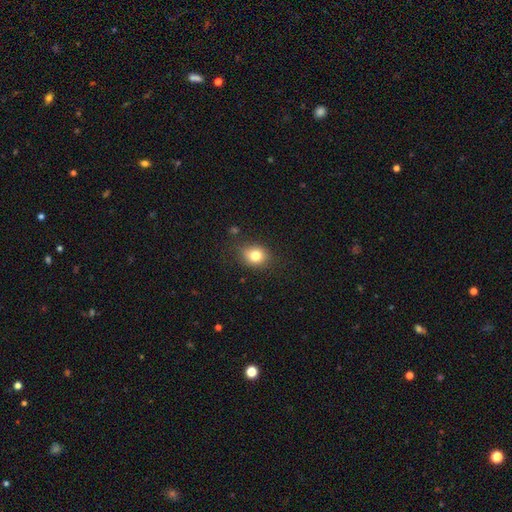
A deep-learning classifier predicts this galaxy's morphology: The model was most divided on "how rounded": round: 61%, in between: 38%, cigar-shaped: 1%. More confident: merging — none (80%); smooth or featured — smooth (80%).